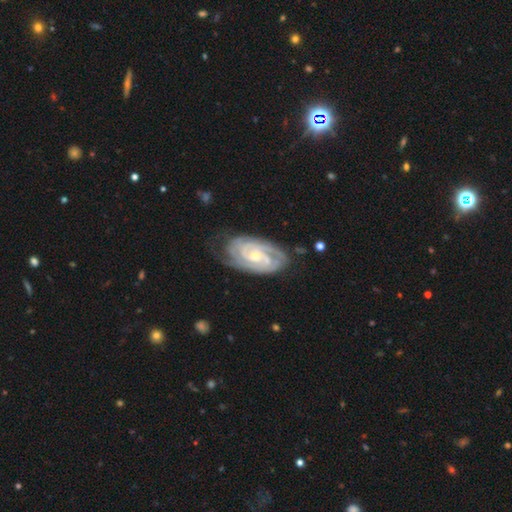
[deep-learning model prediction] Smooth or featured?
  - featured or disk: 90% *
  - smooth: 6%
  - star or artifact: 4%
Edge-on disk?
  - no: 96% *
  - yes: 4%
Bar?
  - no: 59% *
  - weak: 31%
  - strong: 10%
Spiral arms?
  - yes: 98% *
  - no: 2%
Spiral winding?
  - tight: 74% *
  - medium: 22%
  - loose: 4%
Spiral arm count?
  - 2: 44% *
  - 3: 21%
  - can't tell: 18%
  - 4: 8%
  - more than 4: 4%
  - 1: 4%
Bulge size?
  - small: 53% *
  - moderate: 44%
  - large: 1%
  - none: 1%
  - dominant: 1%
Merging?
  - none: 69% *
  - minor disturbance: 22%
  - major disturbance: 8%
  - merger: 2%